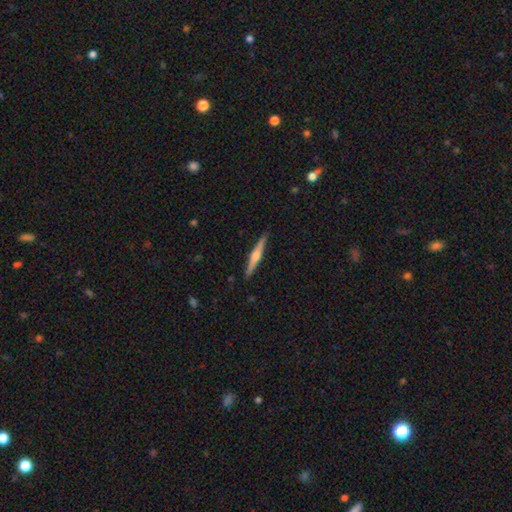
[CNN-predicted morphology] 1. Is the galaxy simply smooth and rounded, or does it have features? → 69% featured or disk, 26% smooth, 5% star or artifact.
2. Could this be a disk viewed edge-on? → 98% yes, 2% no.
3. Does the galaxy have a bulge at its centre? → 86% rounded, 8% boxy, 6% none.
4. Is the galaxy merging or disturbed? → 91% none, 7% minor disturbance, 1% major disturbance, 1% merger.